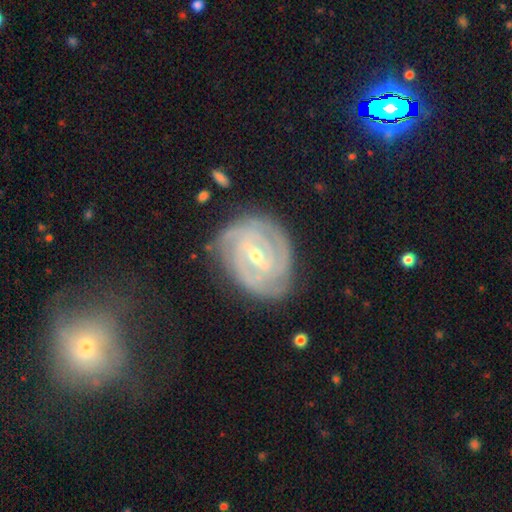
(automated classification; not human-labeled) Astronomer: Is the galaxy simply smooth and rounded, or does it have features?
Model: featured or disk — 89%.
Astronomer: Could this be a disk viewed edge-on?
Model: no — 97%.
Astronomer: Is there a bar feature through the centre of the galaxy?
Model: weak — 48% (runner-up: strong, 37%).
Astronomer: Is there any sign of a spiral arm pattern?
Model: yes — 98%.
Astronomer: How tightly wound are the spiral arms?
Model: tight — 80%.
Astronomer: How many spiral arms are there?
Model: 3 — 29% (runner-up: 2, 25%).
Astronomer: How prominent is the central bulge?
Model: small — 53% (runner-up: moderate, 45%).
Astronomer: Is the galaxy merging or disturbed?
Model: none — 79%.